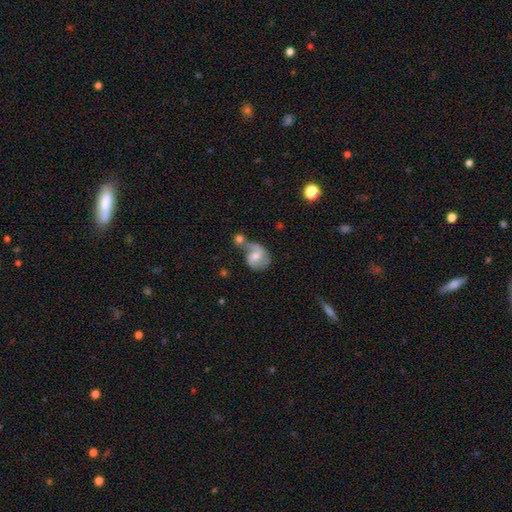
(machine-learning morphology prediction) Smooth or featured? Predicted: featured or disk (p=0.55). Edge-on disk? Predicted: no (p=0.97). Bar? Predicted: weak (p=0.46). Spiral arms? Predicted: yes (p=0.82). Bulge size? Predicted: moderate (p=0.61). Merging? Predicted: merger (p=0.42).